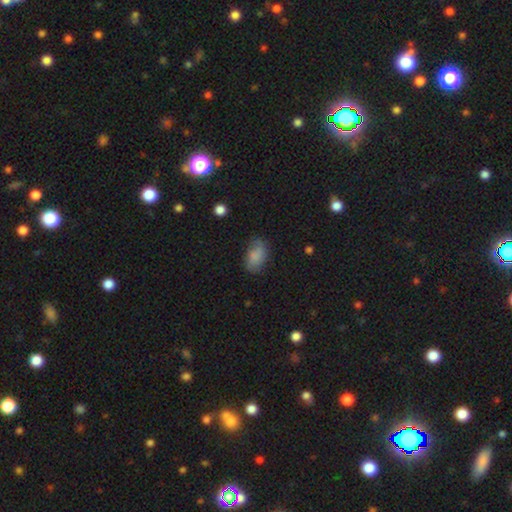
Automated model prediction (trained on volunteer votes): smooth_or_featured: smooth (p=0.80) [alt: featured or disk p=0.12]
how_rounded: in between (p=0.90) [alt: round p=0.09]
merging: none (p=0.68) [alt: minor disturbance p=0.23]